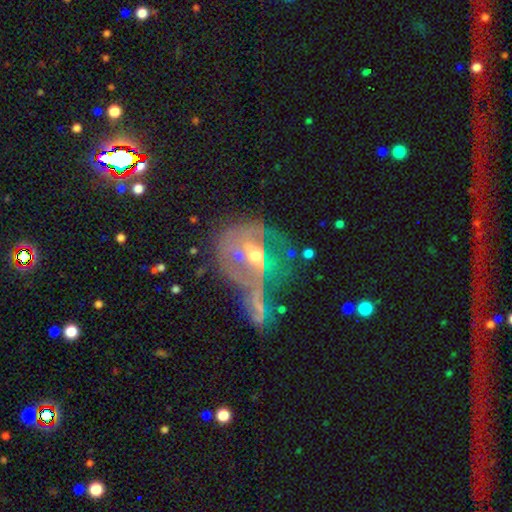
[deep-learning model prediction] Smooth or featured?
  - featured or disk: 59% *
  - smooth: 22%
  - star or artifact: 19%
Edge-on disk?
  - no: 90% *
  - yes: 10%
Bar?
  - no: 61% *
  - weak: 27%
  - strong: 12%
Spiral arms?
  - yes: 52% *
  - no: 48%
Bulge size?
  - moderate: 59% *
  - small: 32%
  - large: 5%
  - none: 3%
  - dominant: 2%
Merging?
  - merger: 39% *
  - major disturbance: 29%
  - none: 19%
  - minor disturbance: 12%